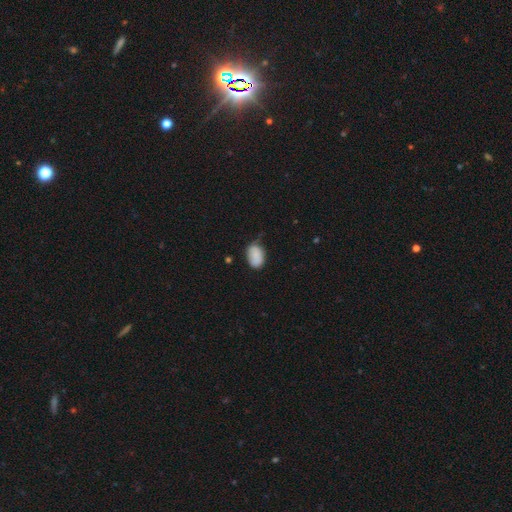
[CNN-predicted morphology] Q: Smooth or featured?
A: smooth (86%); runner-up: star or artifact (8%)
Q: How rounded?
A: in between (86%); runner-up: round (13%)
Q: Merging?
A: none (56%); runner-up: minor disturbance (35%)